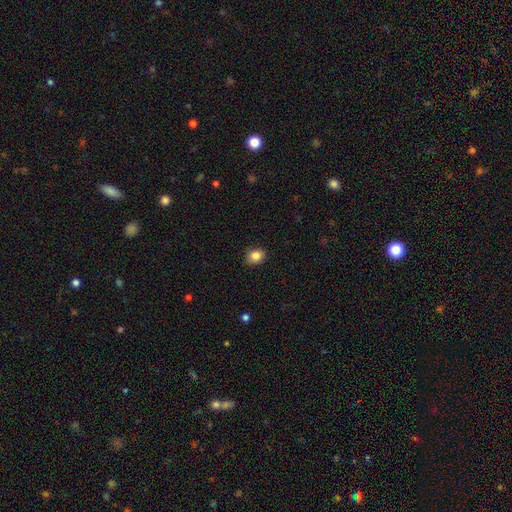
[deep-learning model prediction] Smooth or featured? smooth (85%)
How rounded? round (53%)
Merging? none (83%)